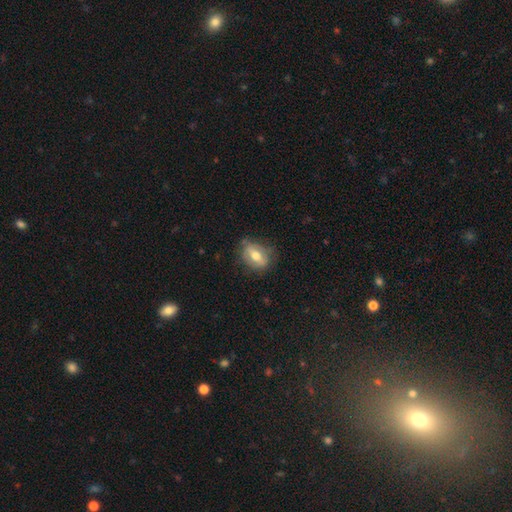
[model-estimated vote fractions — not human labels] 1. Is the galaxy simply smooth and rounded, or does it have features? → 55% smooth, 37% featured or disk, 8% star or artifact.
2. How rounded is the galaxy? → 72% in between, 25% round, 3% cigar-shaped.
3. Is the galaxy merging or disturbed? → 67% none, 25% minor disturbance, 7% major disturbance, 2% merger.